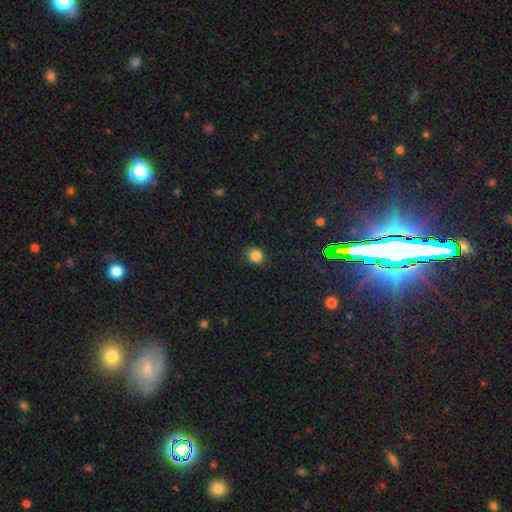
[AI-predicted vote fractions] smooth-or-featured: smooth: 85% | star or artifact: 12% | featured or disk: 3%
  how-rounded: round: 88% | in between: 11% | cigar-shaped: 1%
  merging: none: 85% | minor disturbance: 11% | major disturbance: 3% | merger: 1%